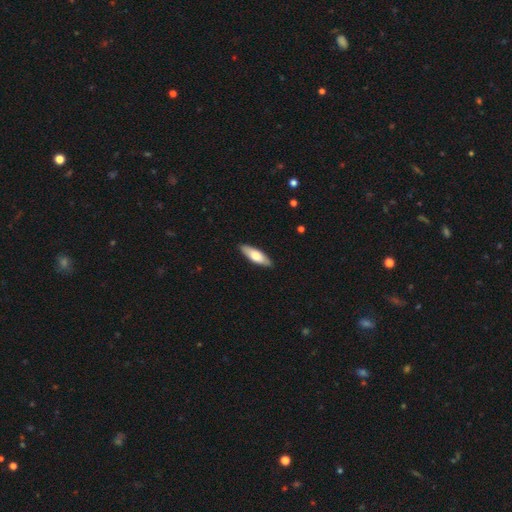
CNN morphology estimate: The model was most divided on "how rounded": in between: 56%, cigar-shaped: 42%, round: 2%. More confident: merging — none (89%); smooth or featured — smooth (67%).